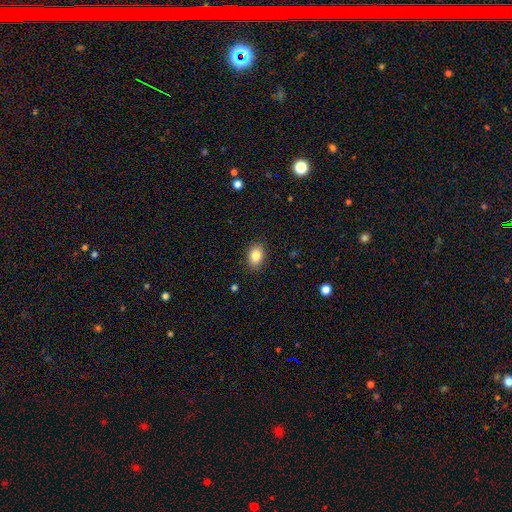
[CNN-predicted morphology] Smooth or featured?
  - smooth: 85% *
  - star or artifact: 8%
  - featured or disk: 7%
How rounded?
  - in between: 77% *
  - round: 22%
  - cigar-shaped: 1%
Merging?
  - none: 88% *
  - minor disturbance: 9%
  - major disturbance: 2%
  - merger: 1%